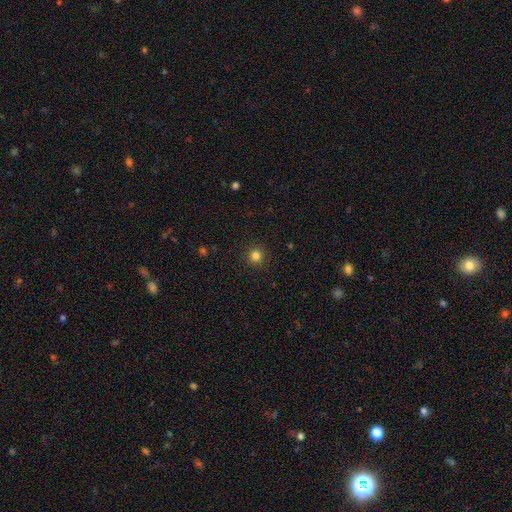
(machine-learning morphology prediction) Overall: smooth (82%). How rounded: round (95%). Merging: none (92%).